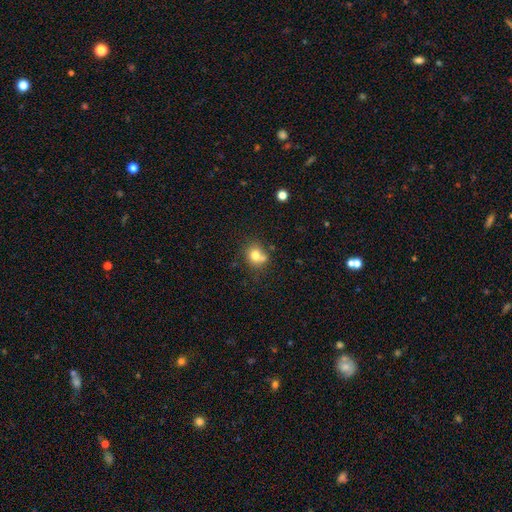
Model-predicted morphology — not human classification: smooth-or-featured: smooth: 76% | featured or disk: 12% | star or artifact: 12%
  how-rounded: round: 73% | in between: 26% | cigar-shaped: 1%
  merging: none: 53% | merger: 24% | minor disturbance: 17% | major disturbance: 6%